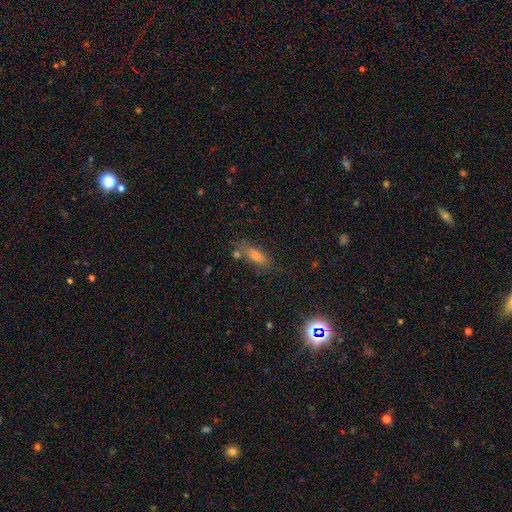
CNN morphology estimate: A smooth galaxy with no disk features (61%) that is in between round and cigar-shaped (64%). Merging: none (67%).